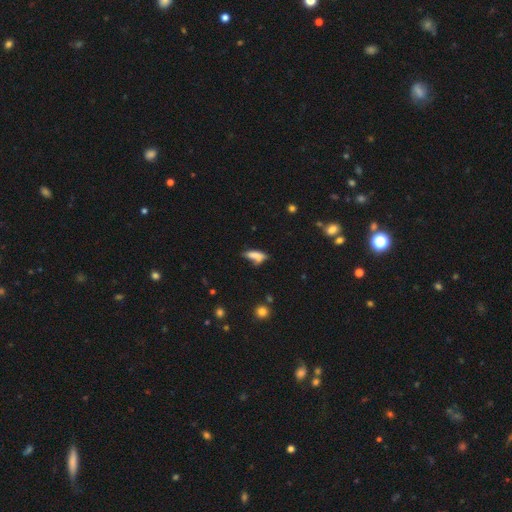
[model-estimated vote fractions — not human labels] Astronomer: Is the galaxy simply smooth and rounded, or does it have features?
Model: smooth — 73%.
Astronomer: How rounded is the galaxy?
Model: in between — 58% (runner-up: cigar-shaped, 39%).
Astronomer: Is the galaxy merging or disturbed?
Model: none — 42% (runner-up: minor disturbance, 28%).